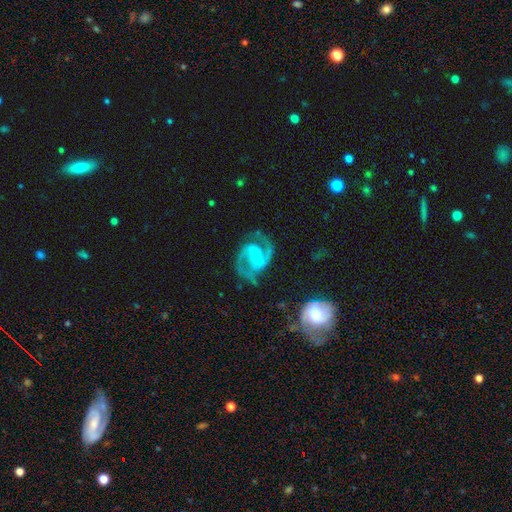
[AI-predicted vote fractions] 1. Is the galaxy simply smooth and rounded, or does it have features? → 92% featured or disk, 5% star or artifact, 4% smooth.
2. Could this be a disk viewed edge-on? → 98% no, 2% yes.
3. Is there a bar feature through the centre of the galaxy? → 43% weak, 41% strong, 17% no.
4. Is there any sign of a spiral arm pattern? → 98% yes, 2% no.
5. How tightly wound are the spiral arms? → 65% medium, 18% loose, 17% tight.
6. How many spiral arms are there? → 94% 2, 2% can't tell, 1% 3, 1% 1, 1% 4, 1% more than 4.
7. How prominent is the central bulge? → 53% small, 29% none, 15% moderate, 2% large, 1% dominant.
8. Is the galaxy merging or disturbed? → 74% none, 15% minor disturbance, 9% major disturbance, 2% merger.